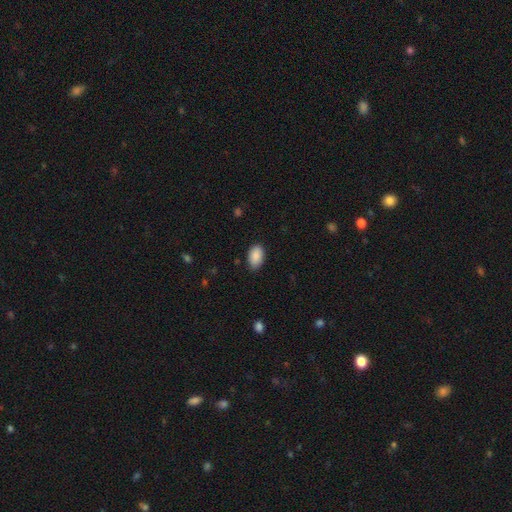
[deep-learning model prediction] smooth-or-featured: smooth: 89% | star or artifact: 7% | featured or disk: 4%
  how-rounded: in between: 93% | round: 6% | cigar-shaped: 1%
  merging: none: 83% | minor disturbance: 13% | major disturbance: 2% | merger: 1%